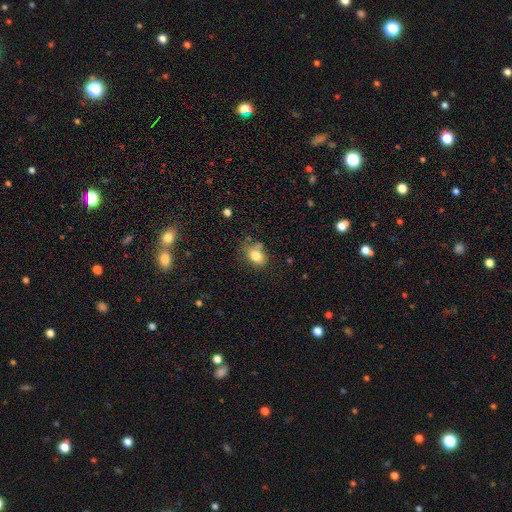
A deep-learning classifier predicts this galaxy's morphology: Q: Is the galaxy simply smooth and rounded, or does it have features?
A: smooth — 79%.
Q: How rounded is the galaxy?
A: in between — 69%.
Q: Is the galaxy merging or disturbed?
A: none — 59%.